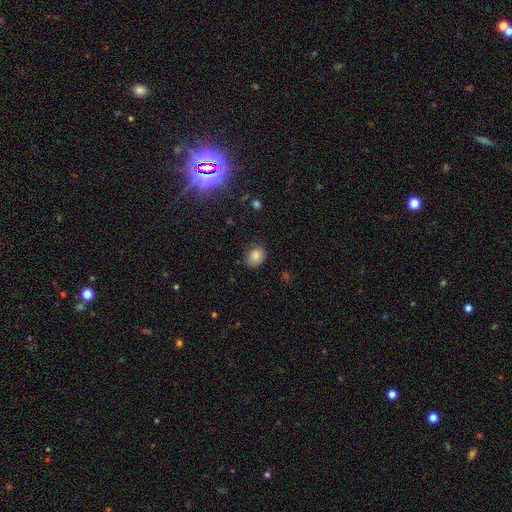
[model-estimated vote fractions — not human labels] smooth 83%, star or artifact 10%, featured or disk 7%. Down the decision tree: how rounded — round (54%); merging — none (76%).